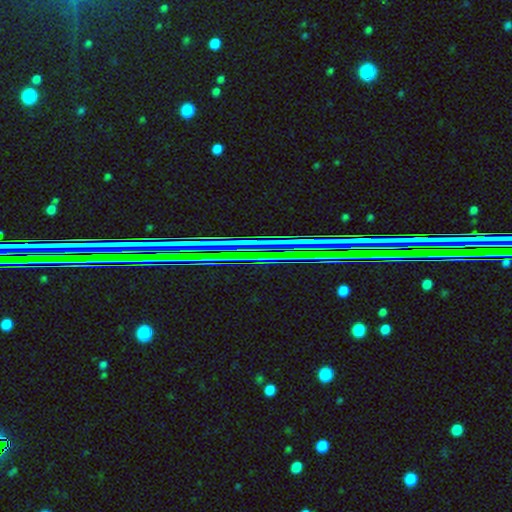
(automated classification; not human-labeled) A star or artifact, not a galaxy (79%).